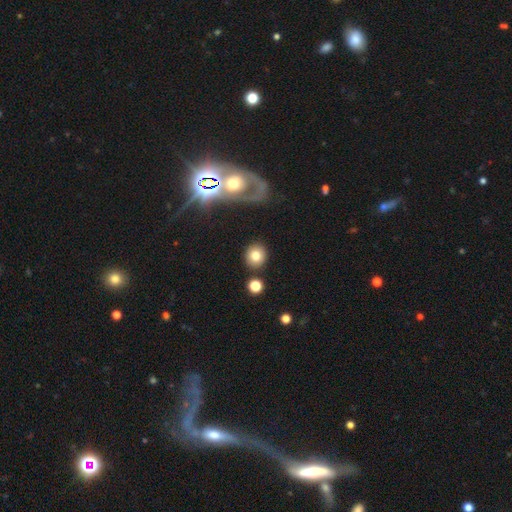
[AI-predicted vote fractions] Q: Smooth or featured?
A: smooth (77%); runner-up: featured or disk (11%)
Q: How rounded?
A: round (81%); runner-up: in between (18%)
Q: Merging?
A: none (84%); runner-up: minor disturbance (8%)